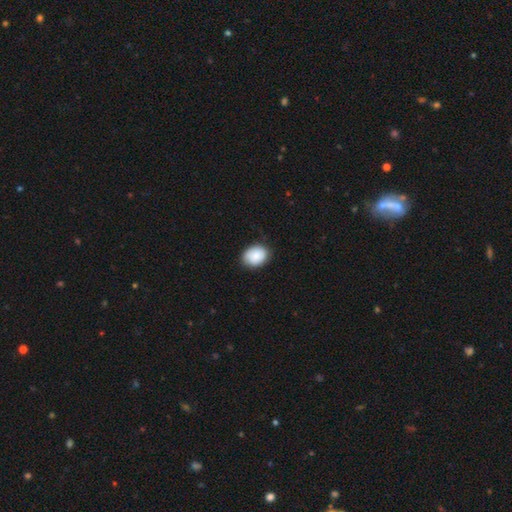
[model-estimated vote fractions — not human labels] This appears to be a smooth galaxy with no disk features (86%) that is in between round and cigar-shaped (55%). Merging: none (82%).